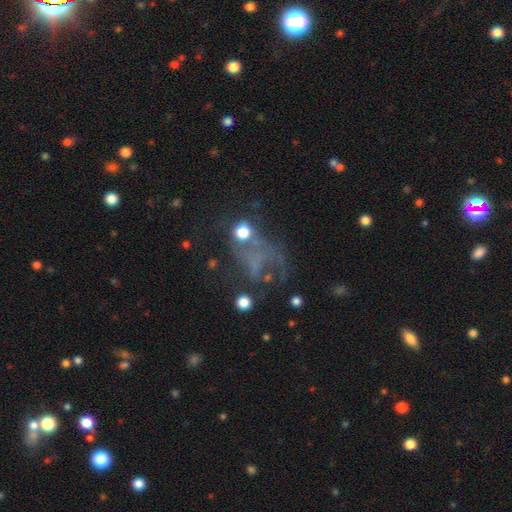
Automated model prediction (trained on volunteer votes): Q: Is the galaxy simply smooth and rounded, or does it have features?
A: featured or disk — 38%.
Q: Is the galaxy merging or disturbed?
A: major disturbance — 42%.